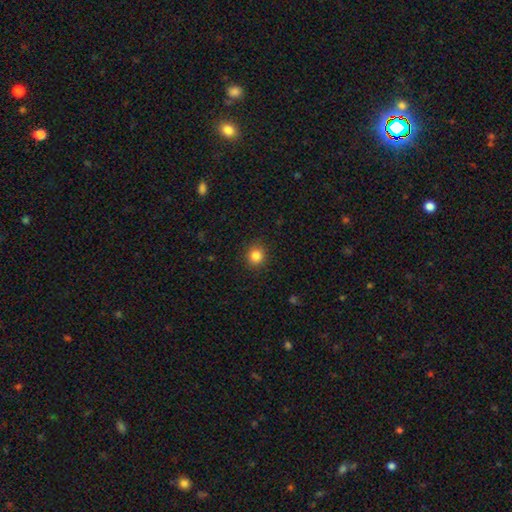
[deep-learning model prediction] This appears to be a smooth galaxy with no disk features (84%) that is round (85%). Merging: none (90%).